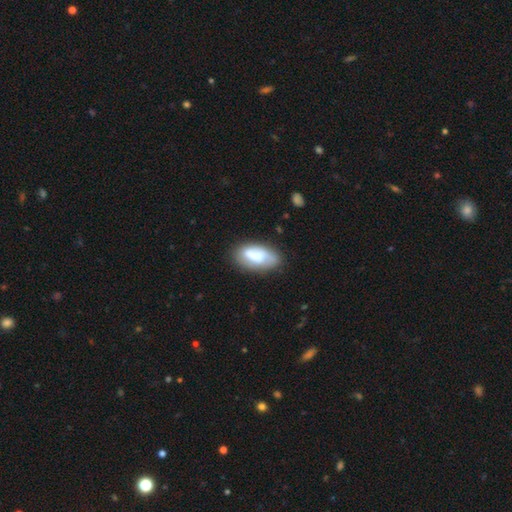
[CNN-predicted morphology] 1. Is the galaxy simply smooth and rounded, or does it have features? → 62% smooth, 31% featured or disk, 7% star or artifact.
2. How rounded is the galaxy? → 90% in between, 6% cigar-shaped, 3% round.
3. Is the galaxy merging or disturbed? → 64% none, 23% minor disturbance, 8% major disturbance, 4% merger.